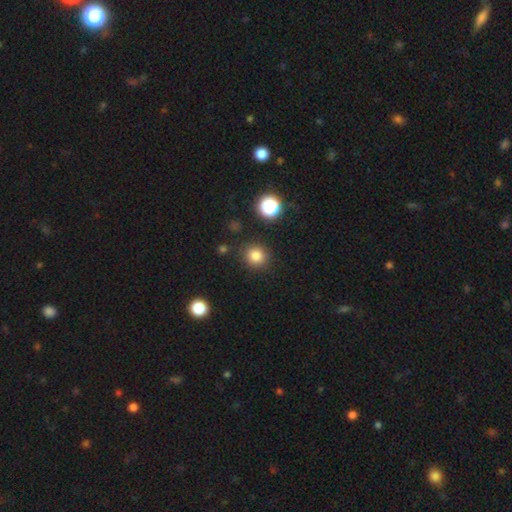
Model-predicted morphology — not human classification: This appears to be a smooth galaxy with no disk features (81%) that is round (89%). Merging: none (88%).